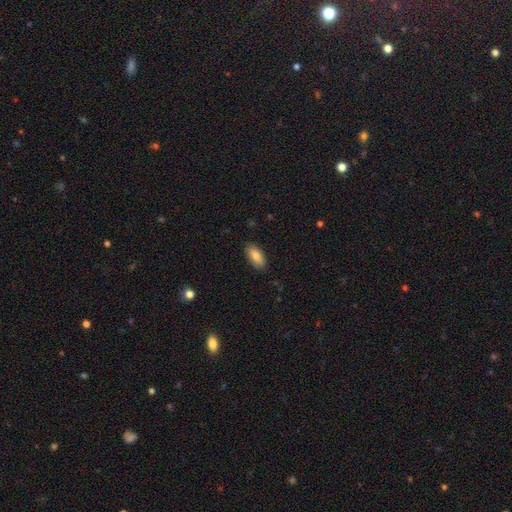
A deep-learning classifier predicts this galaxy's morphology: Q: Smooth or featured?
A: smooth (82%); runner-up: featured or disk (11%)
Q: How rounded?
A: in between (90%); runner-up: cigar-shaped (8%)
Q: Merging?
A: none (87%); runner-up: minor disturbance (10%)